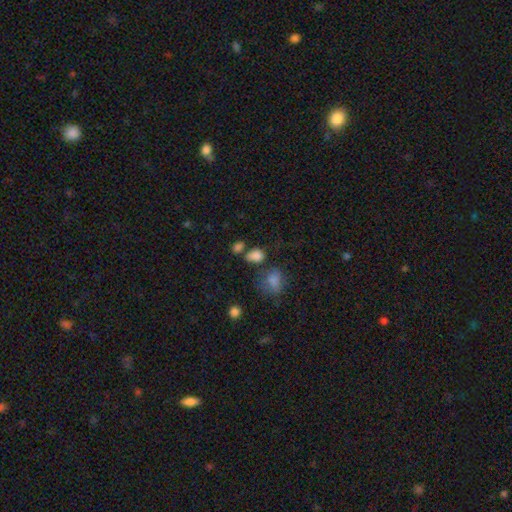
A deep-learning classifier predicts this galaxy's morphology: Overall: smooth (81%). How rounded: in between (70%). Merging: none (51%; merger 25%).